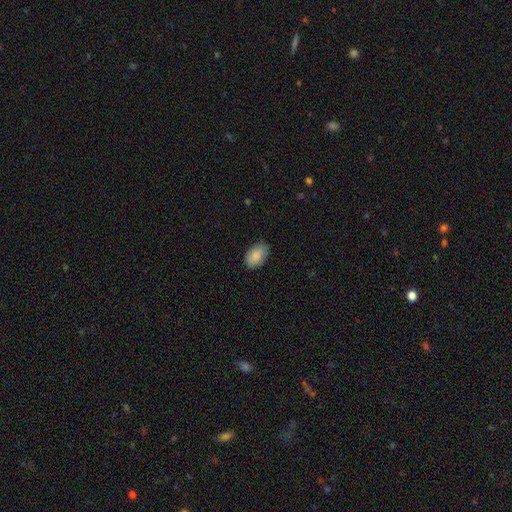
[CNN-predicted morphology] Smooth or featured?
  - smooth: 87% *
  - featured or disk: 7%
  - star or artifact: 6%
How rounded?
  - in between: 89% *
  - round: 10%
  - cigar-shaped: 1%
Merging?
  - none: 78% *
  - minor disturbance: 18%
  - major disturbance: 3%
  - merger: 1%